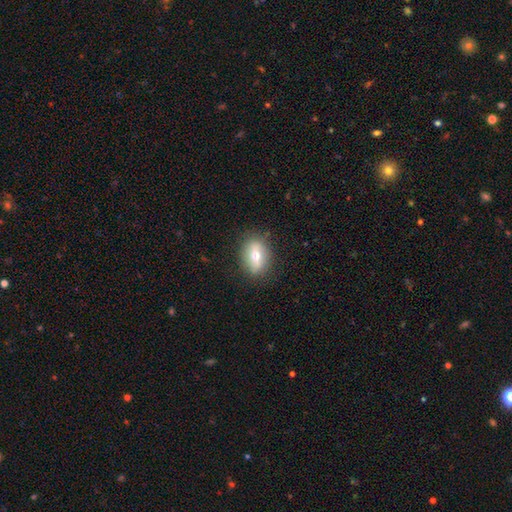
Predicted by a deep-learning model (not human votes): smooth-or-featured: smooth: 49% | featured or disk: 42% | star or artifact: 9%
  merging: none: 85% | minor disturbance: 11% | major disturbance: 3% | merger: 1%